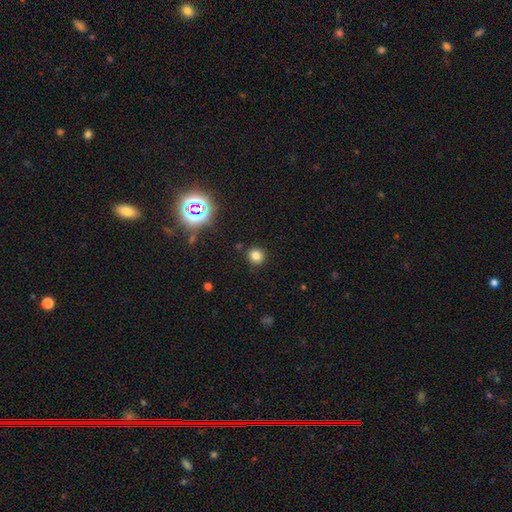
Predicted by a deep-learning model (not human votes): Smooth or featured? Predicted: smooth (p=0.78). How rounded? Predicted: round (p=0.88). Merging? Predicted: none (p=0.89).